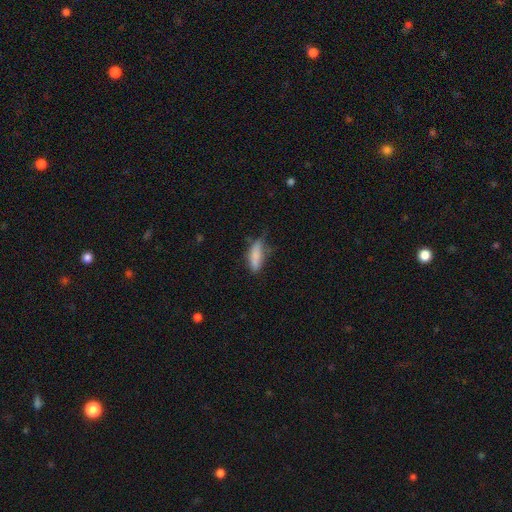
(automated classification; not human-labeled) This appears to be a smooth galaxy with no disk features (81%) that is in between round and cigar-shaped (53%). Merging: none (51%).